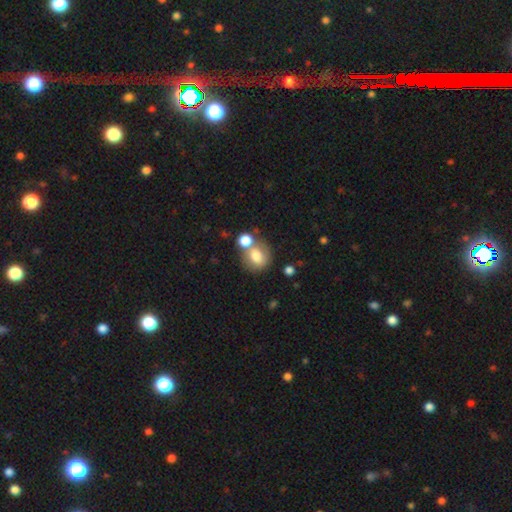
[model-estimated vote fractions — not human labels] Overall: smooth (72%). How rounded: round (68%; in between 31%). Merging: none (42%; merger 39%).